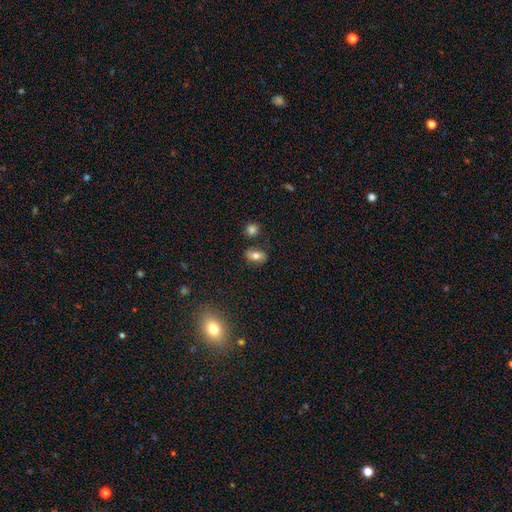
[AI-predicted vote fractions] smooth_or_featured: smooth (p=0.76) [alt: featured or disk p=0.14]
how_rounded: in between (p=0.85) [alt: round p=0.10]
merging: none (p=0.78) [alt: minor disturbance p=0.13]